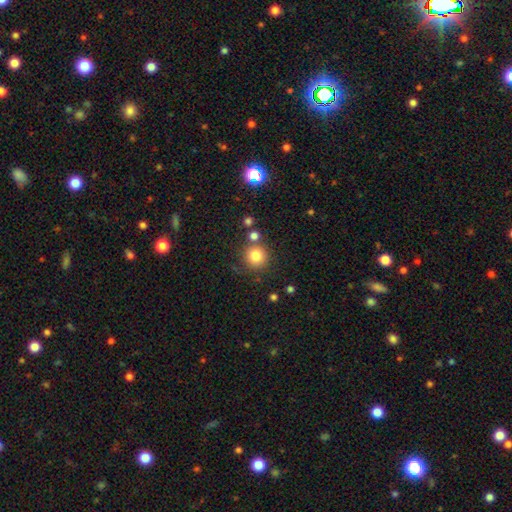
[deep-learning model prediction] The model was most divided on "merging": none: 76%, minor disturbance: 10%, merger: 10%, major disturbance: 4%. More confident: how rounded — round (92%); smooth or featured — smooth (82%).